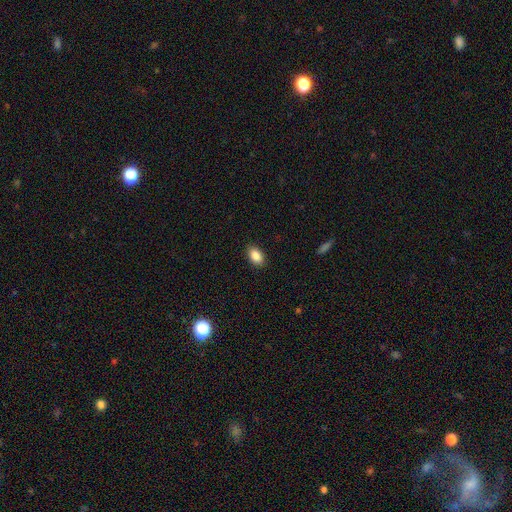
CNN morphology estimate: This appears to be a smooth galaxy with no disk features (88%) that is in between round and cigar-shaped (90%). Merging: none (89%).